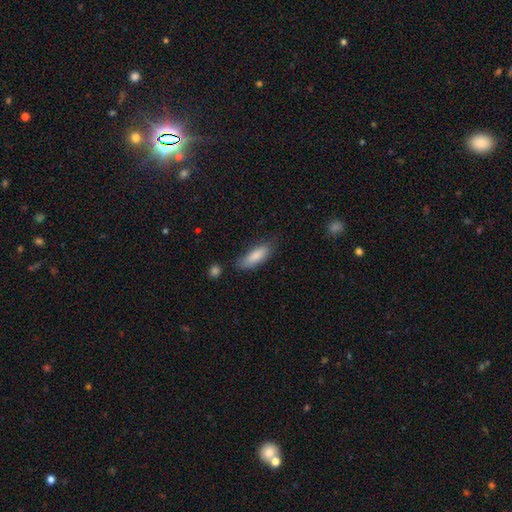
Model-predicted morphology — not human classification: smooth_or_featured: smooth (p=0.85) [alt: featured or disk p=0.09]
how_rounded: in between (p=0.63) [alt: cigar-shaped p=0.35]
merging: none (p=0.70) [alt: minor disturbance p=0.21]